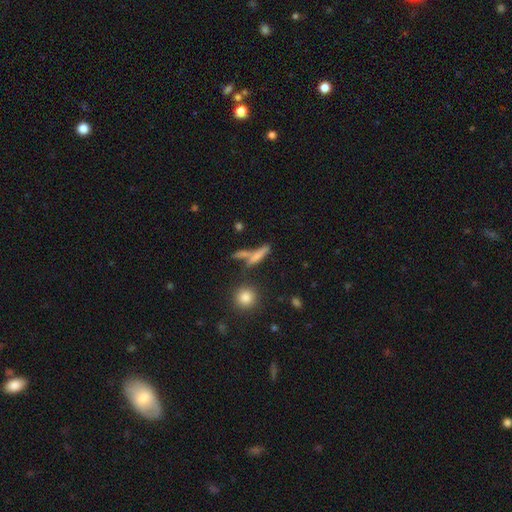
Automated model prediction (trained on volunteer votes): smooth-or-featured: smooth: 60% | featured or disk: 28% | star or artifact: 12%
  how-rounded: cigar-shaped: 76% | in between: 18% | round: 7%
  merging: none: 54% | merger: 26% | minor disturbance: 13% | major disturbance: 8%